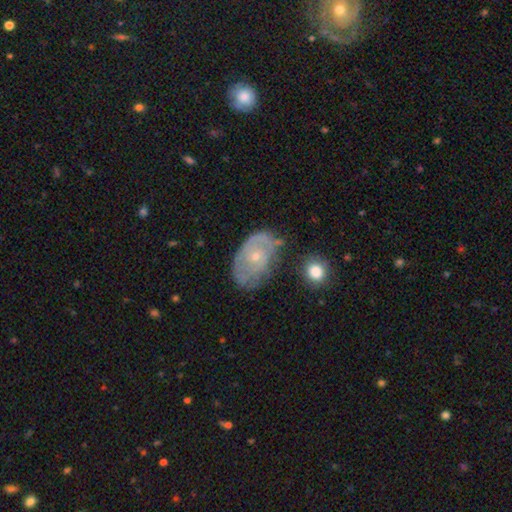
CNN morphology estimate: Smooth or featured? Predicted: featured or disk (p=0.66). Edge-on disk? Predicted: no (p=0.95). Bar? Predicted: no (p=0.82). Spiral arms? Predicted: yes (p=0.67). Bulge size? Predicted: small (p=0.64). Merging? Predicted: none (p=0.54).